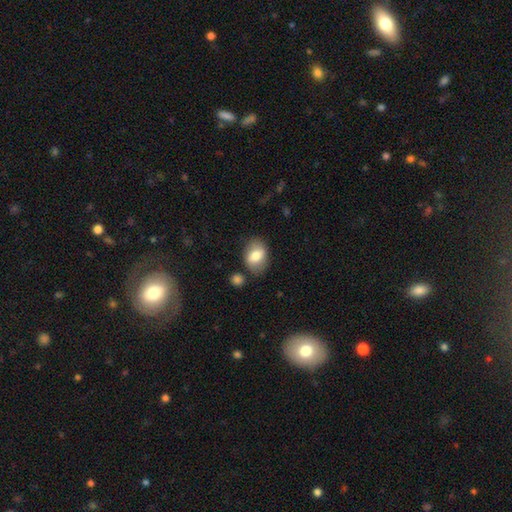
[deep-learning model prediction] Morphology: type=smooth (74%); roundness=in between (77%); merging=none (75%).